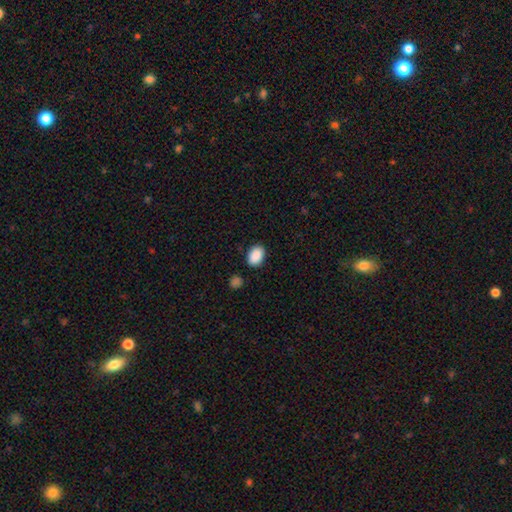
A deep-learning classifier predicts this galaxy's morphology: Smooth or featured? Predicted: smooth (p=0.90). How rounded? Predicted: in between (p=0.84). Merging? Predicted: none (p=0.85).